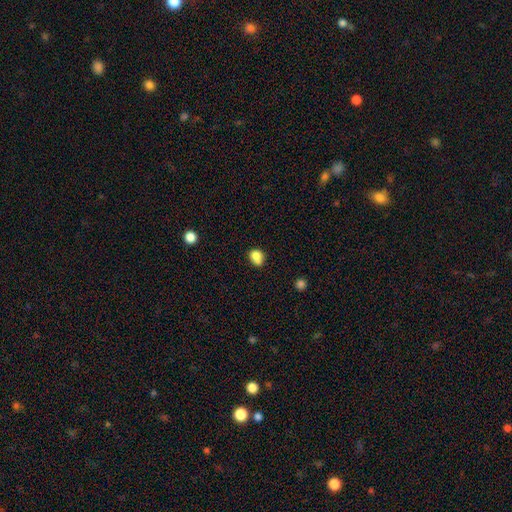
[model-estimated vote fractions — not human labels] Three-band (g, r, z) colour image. It shows a smooth galaxy with no disk features (81%) that is round (63%). Merging: none (52%).